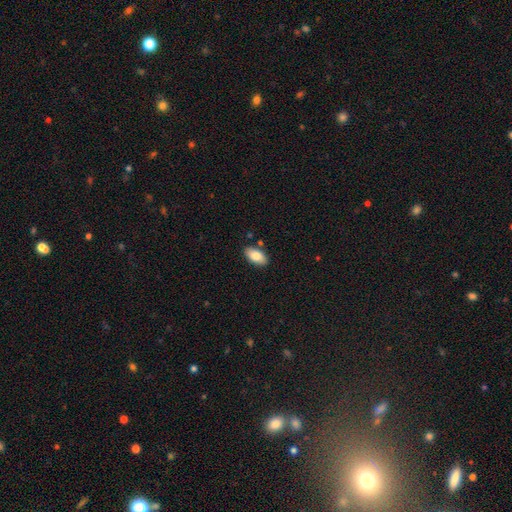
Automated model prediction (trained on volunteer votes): This is clearly a smooth galaxy (83%). How rounded: clearly in between (93%). Merging: clearly none (86%).